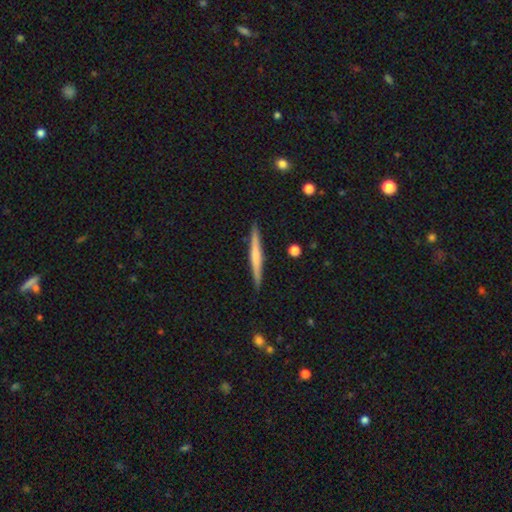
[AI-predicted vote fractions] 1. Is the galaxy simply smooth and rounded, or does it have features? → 50% featured or disk, 44% smooth, 5% star or artifact.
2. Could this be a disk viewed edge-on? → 97% yes, 3% no.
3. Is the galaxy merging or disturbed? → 91% none, 7% minor disturbance, 1% major disturbance, 1% merger.